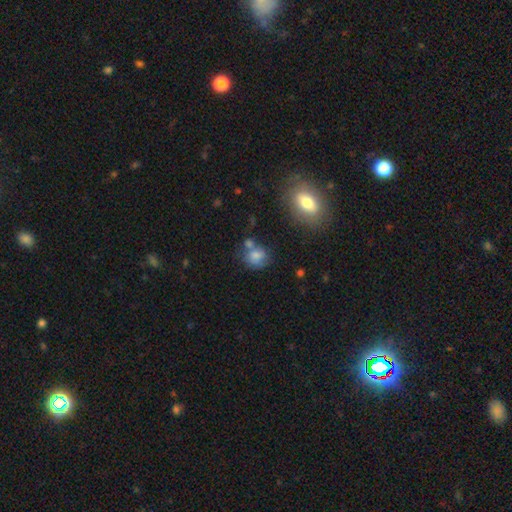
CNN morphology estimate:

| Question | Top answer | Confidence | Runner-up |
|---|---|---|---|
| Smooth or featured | smooth | 68% | featured or disk (20%) |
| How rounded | round | 62% | in between (36%) |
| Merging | none | 48% | merger (22%) |